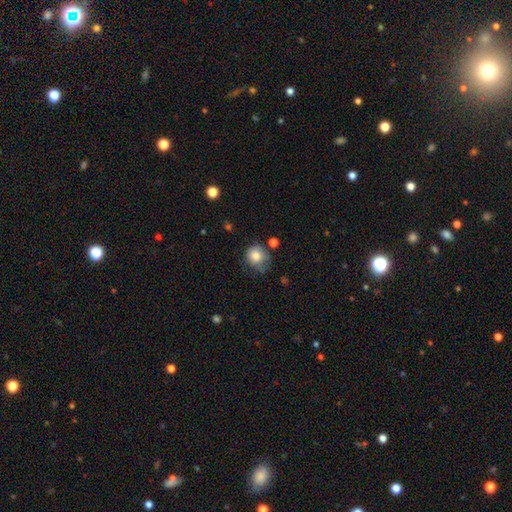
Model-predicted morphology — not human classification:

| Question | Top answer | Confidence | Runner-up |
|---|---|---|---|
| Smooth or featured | smooth | 79% | featured or disk (12%) |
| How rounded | round | 77% | in between (22%) |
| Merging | none | 46% | minor disturbance (34%) |